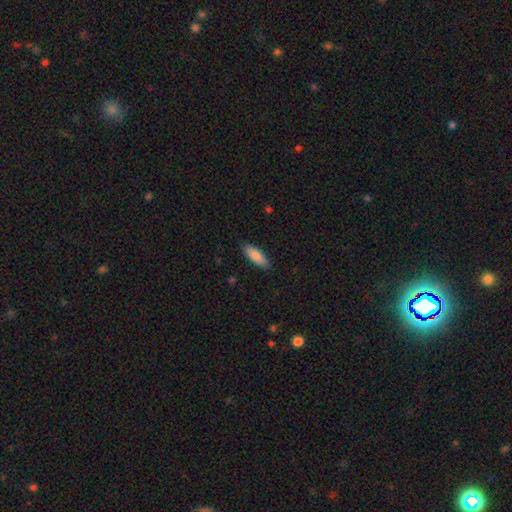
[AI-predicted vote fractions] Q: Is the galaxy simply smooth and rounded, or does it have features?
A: smooth — 85%.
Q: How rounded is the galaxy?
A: in between — 61%.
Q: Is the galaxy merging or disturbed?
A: none — 88%.